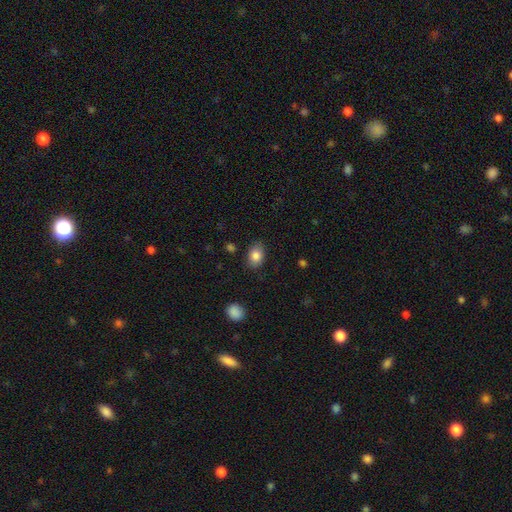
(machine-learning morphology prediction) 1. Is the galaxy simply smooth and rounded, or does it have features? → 84% smooth, 8% star or artifact, 8% featured or disk.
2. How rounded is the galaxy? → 80% in between, 19% round, 1% cigar-shaped.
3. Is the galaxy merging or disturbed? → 82% none, 13% minor disturbance, 3% major disturbance, 1% merger.